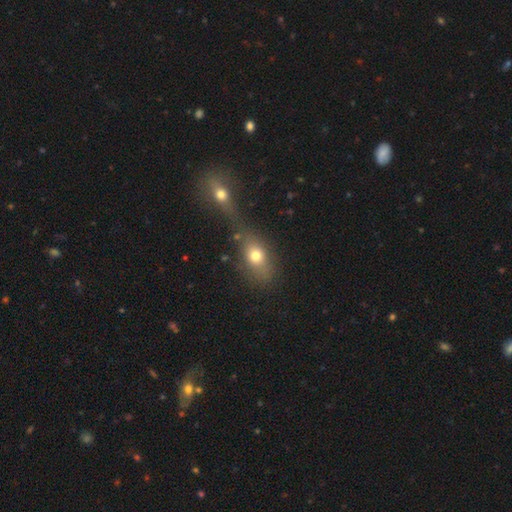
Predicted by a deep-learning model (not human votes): Smooth or featured? Predicted: smooth (p=0.71). How rounded? Predicted: in between (p=0.64). Merging? Predicted: none (p=0.40).